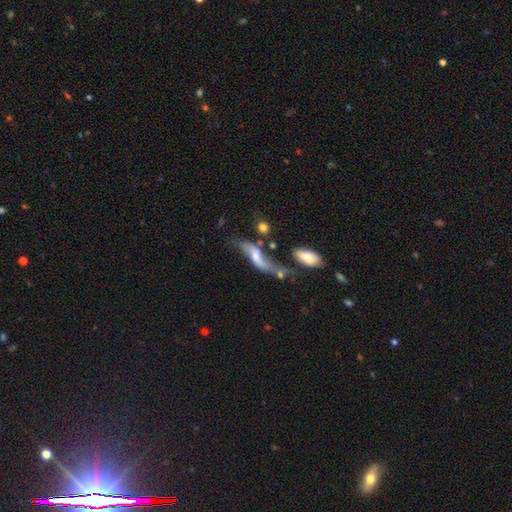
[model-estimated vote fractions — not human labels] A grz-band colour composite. It shows a featured or disk galaxy (60%). Merging: none (37%).